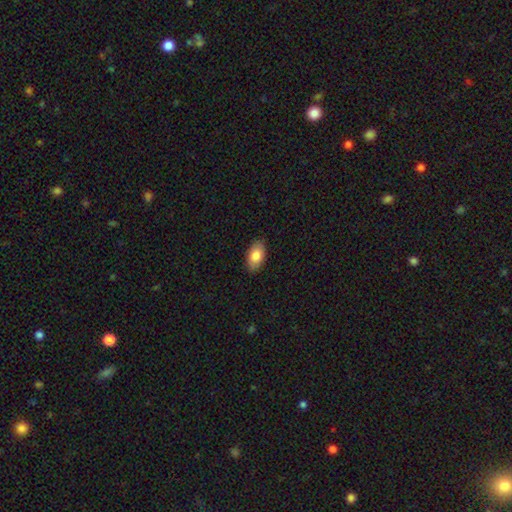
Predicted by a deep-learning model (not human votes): A smooth galaxy with no disk features (82%) that is in between round and cigar-shaped (94%).

Vote fractions:
- Smooth or featured? smooth: 82% / featured or disk: 11% / star or artifact: 6%
- How rounded? in between: 94% / round: 4% / cigar-shaped: 2%
- Merging? none: 88% / minor disturbance: 9% / major disturbance: 2% / merger: 1%